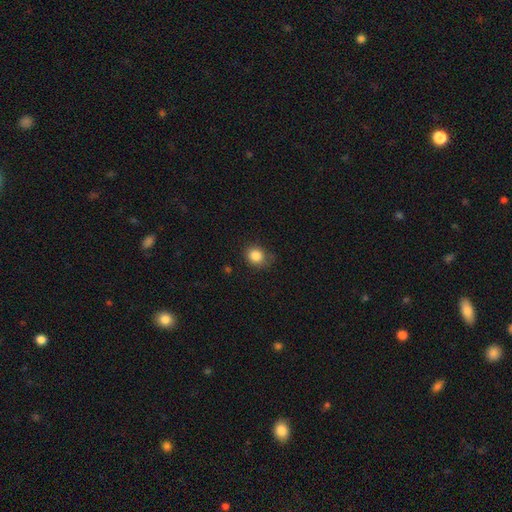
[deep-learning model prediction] Smooth or featured? smooth (86%)
How rounded? round (76%)
Merging? none (77%)